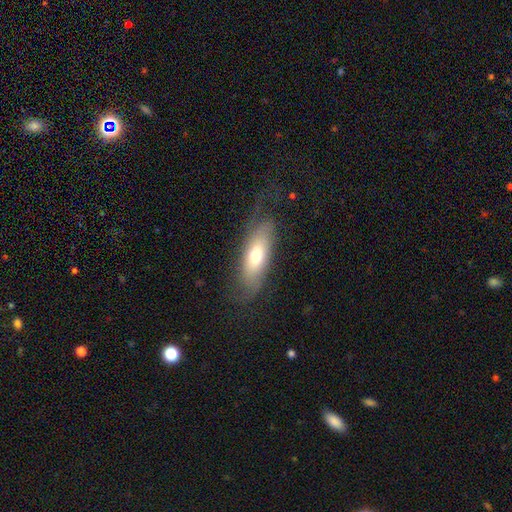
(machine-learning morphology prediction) This appears to be a smooth galaxy with no disk features (59%) that is in between round and cigar-shaped (68%). Merging: none (62%).